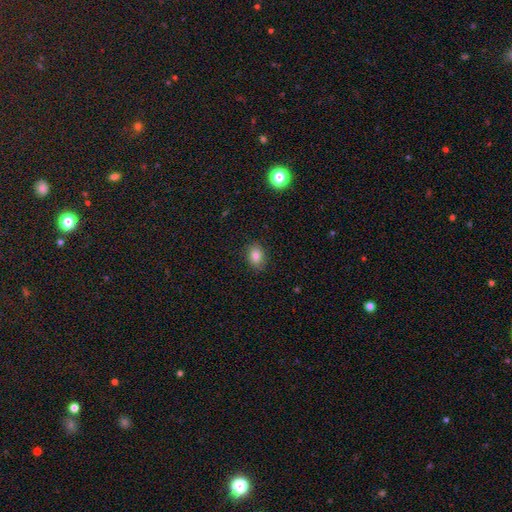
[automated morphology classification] smooth_or_featured: smooth (p=0.82) [alt: star or artifact p=0.11]
how_rounded: in between (p=0.70) [alt: round p=0.29]
merging: none (p=0.87) [alt: minor disturbance p=0.10]